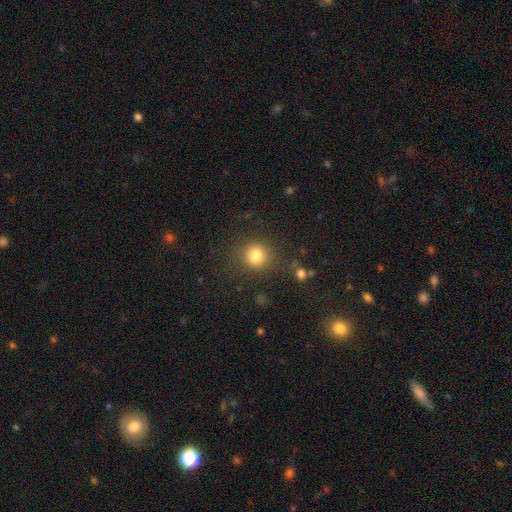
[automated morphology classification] This is clearly a smooth galaxy (81%). How rounded: clearly round (89%). Merging: clearly none (83%).